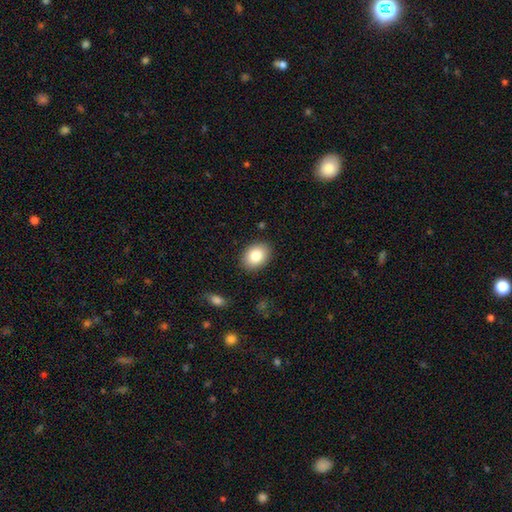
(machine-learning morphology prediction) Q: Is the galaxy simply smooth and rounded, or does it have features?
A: smooth — 85%.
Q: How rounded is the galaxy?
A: in between — 75%.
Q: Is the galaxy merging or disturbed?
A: none — 87%.